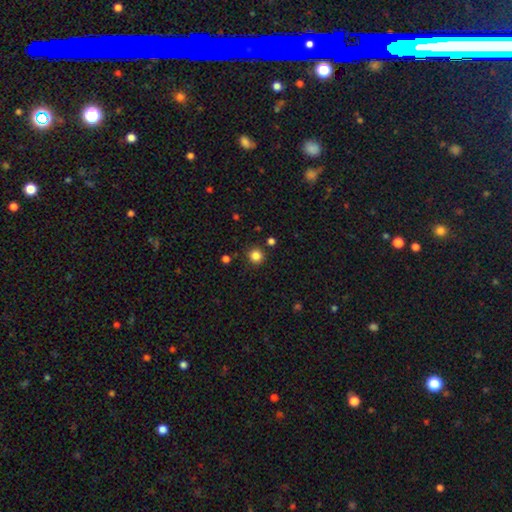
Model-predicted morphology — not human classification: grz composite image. It shows a smooth galaxy with no disk features (84%) that is round (95%). Merging: none (90%).